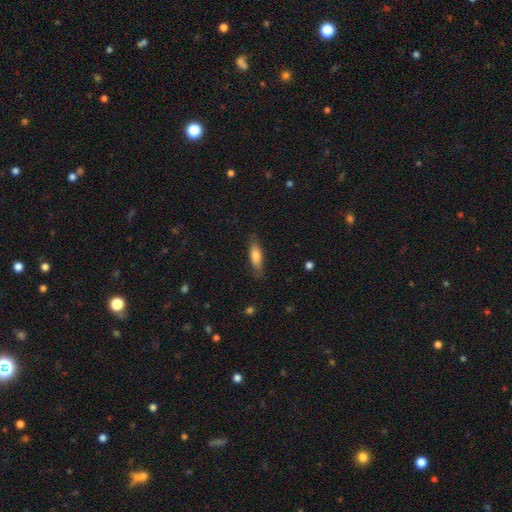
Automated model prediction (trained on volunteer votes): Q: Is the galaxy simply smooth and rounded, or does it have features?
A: smooth — 75%.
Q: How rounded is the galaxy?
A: cigar-shaped — 51%.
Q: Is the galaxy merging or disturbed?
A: none — 80%.